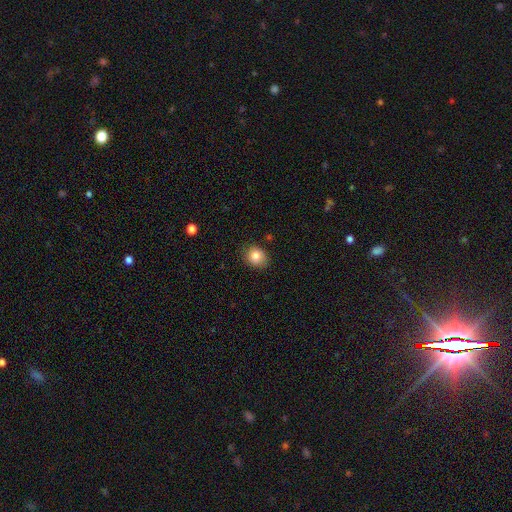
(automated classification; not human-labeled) Smooth or featured? Predicted: smooth (p=0.82). How rounded? Predicted: round (p=0.67). Merging? Predicted: none (p=0.84).